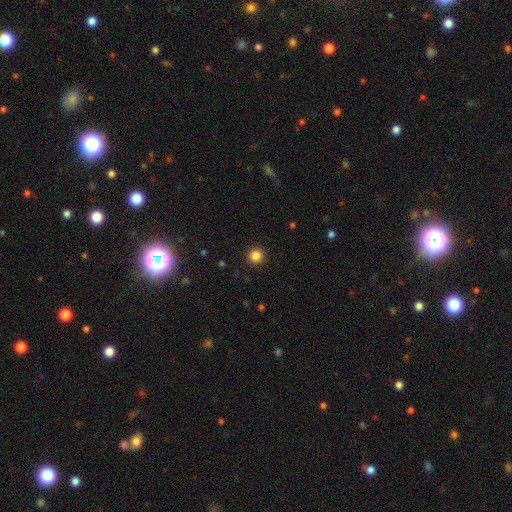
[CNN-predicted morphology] smooth_or_featured: smooth (p=0.84) [alt: star or artifact p=0.12]
how_rounded: round (p=0.95) [alt: in between p=0.04]
merging: none (p=0.93) [alt: minor disturbance p=0.05]